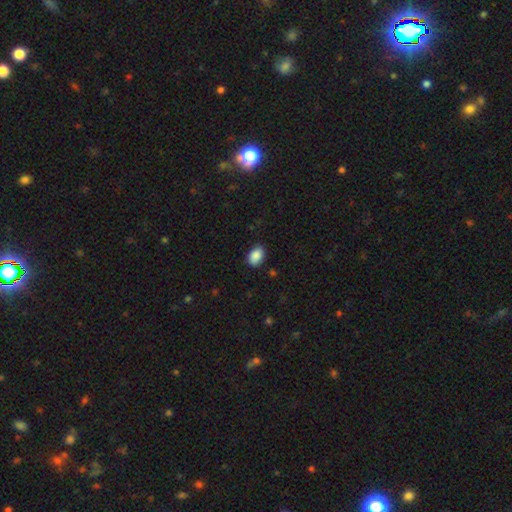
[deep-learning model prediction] Smooth or featured? smooth (89%)
How rounded? in between (86%)
Merging? none (85%)